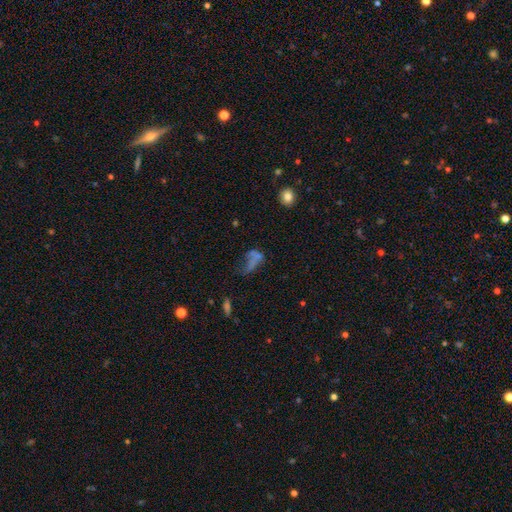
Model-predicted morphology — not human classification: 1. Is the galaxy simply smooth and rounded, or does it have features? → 43% smooth, 33% featured or disk, 23% star or artifact.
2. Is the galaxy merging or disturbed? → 41% major disturbance, 29% none, 17% minor disturbance, 14% merger.